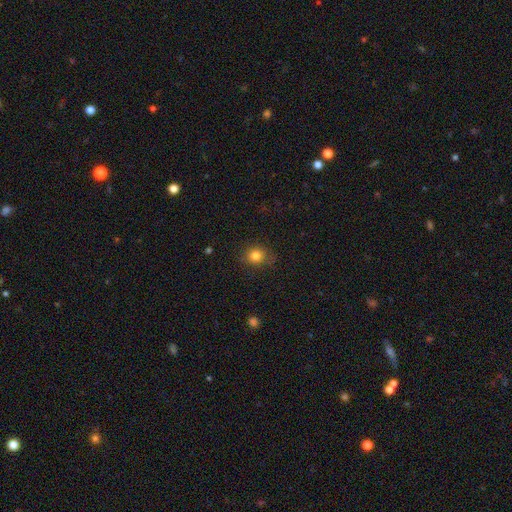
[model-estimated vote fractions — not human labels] smooth_or_featured: smooth (p=0.82) [alt: star or artifact p=0.12]
how_rounded: round (p=0.72) [alt: in between p=0.27]
merging: none (p=0.76) [alt: minor disturbance p=0.17]